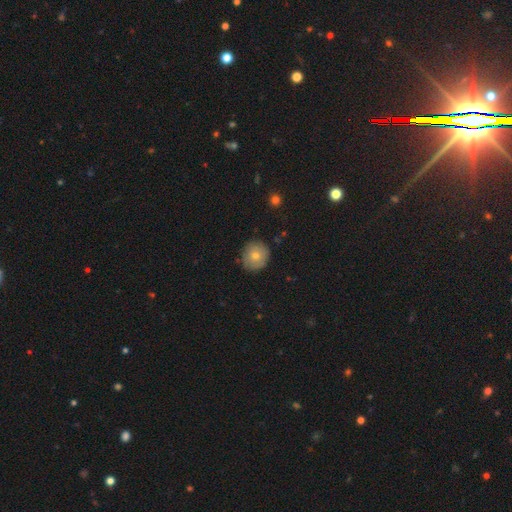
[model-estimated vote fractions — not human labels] Smooth or featured: smooth — 73% (featured or disk — 18%)
How rounded: round — 85% (in between — 14%)
Merging: none — 84% (minor disturbance — 12%)